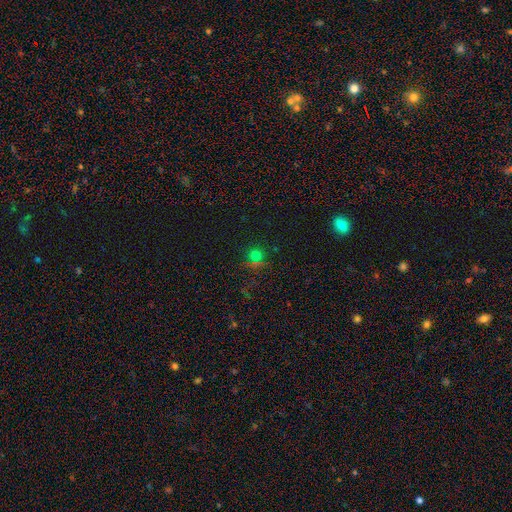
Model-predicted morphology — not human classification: Overall: smooth (55%; star or artifact 38%). How rounded: round (90%). Merging: none (73%).